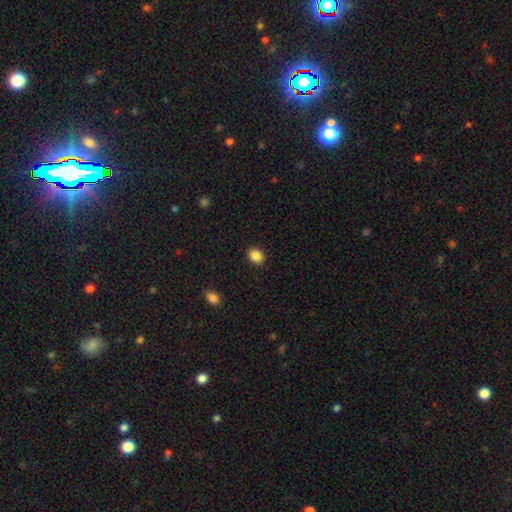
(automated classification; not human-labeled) Smooth or featured?
  - smooth: 87% *
  - star or artifact: 9%
  - featured or disk: 4%
How rounded?
  - round: 57% *
  - in between: 42%
  - cigar-shaped: 1%
Merging?
  - none: 90% *
  - minor disturbance: 7%
  - major disturbance: 2%
  - merger: 1%